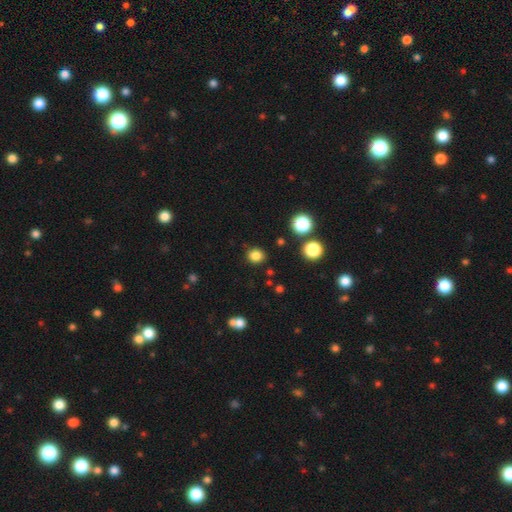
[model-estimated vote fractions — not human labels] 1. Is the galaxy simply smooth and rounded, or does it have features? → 83% smooth, 13% star or artifact, 4% featured or disk.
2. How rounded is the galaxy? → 83% round, 16% in between, 1% cigar-shaped.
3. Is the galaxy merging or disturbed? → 88% none, 8% minor disturbance, 2% major disturbance, 2% merger.